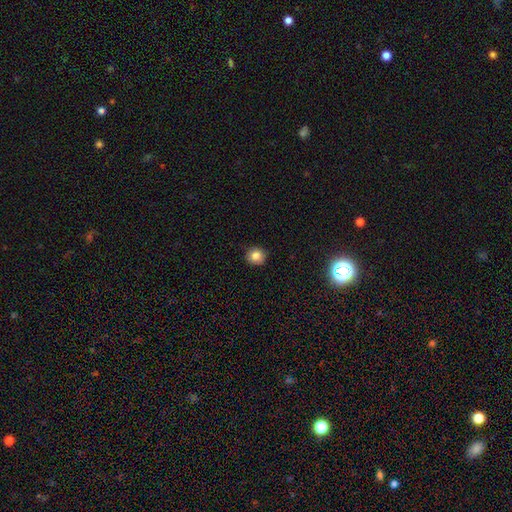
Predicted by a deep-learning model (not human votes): Q: Smooth or featured?
A: smooth (83%); runner-up: star or artifact (11%)
Q: How rounded?
A: round (91%); runner-up: in between (8%)
Q: Merging?
A: none (91%); runner-up: minor disturbance (7%)